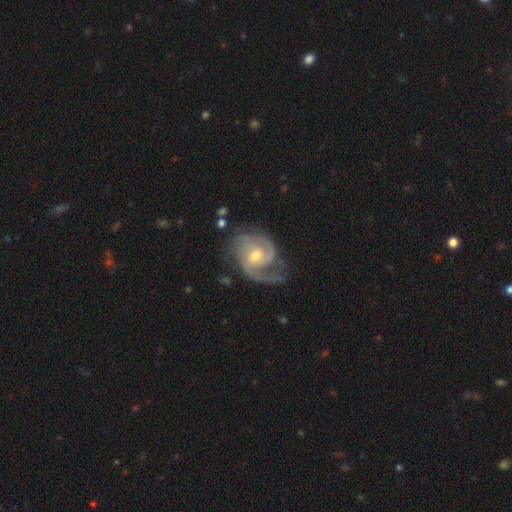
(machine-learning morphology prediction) featured or disk 88%, smooth 7%, star or artifact 5%. Down the decision tree: edge-on disk — no (98%); bar — no (48%); spiral arms — yes (97%); spiral arm count — 2 (58%); spiral winding — medium (49%); bulge size — moderate (51%); merging — none (57%).